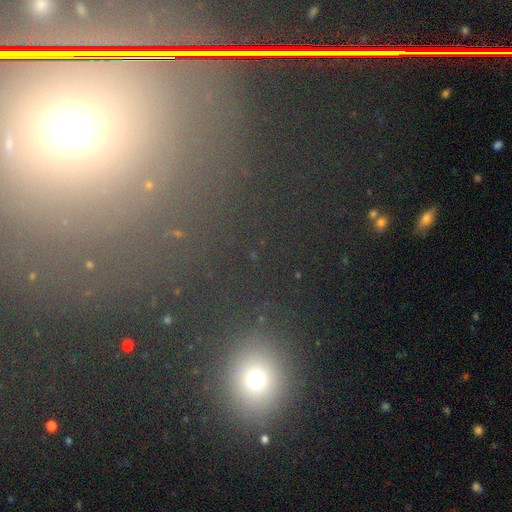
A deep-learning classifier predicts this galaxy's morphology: type=smooth (55%); roundness=round (56%); merging=none (87%).